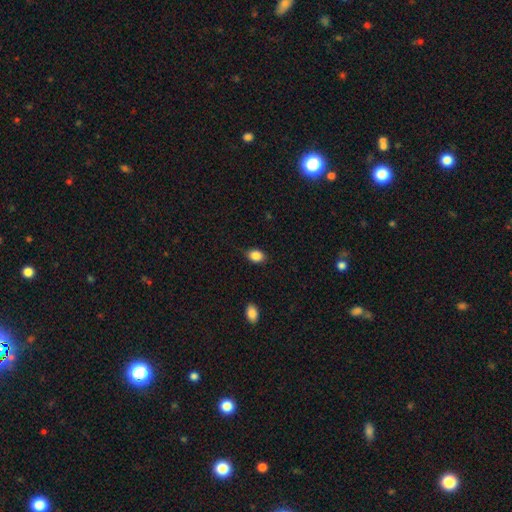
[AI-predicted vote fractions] This appears to be a smooth galaxy with no disk features (87%) that is in between round and cigar-shaped (73%). Merging: none (82%).